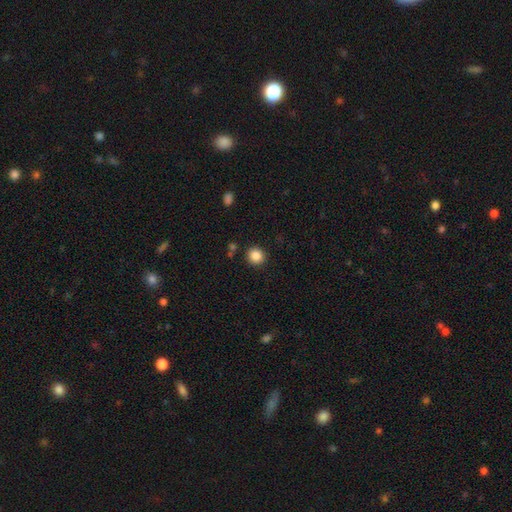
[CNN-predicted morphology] Q: Smooth or featured?
A: smooth (87%); runner-up: star or artifact (10%)
Q: How rounded?
A: round (91%); runner-up: in between (8%)
Q: Merging?
A: none (89%); runner-up: minor disturbance (6%)